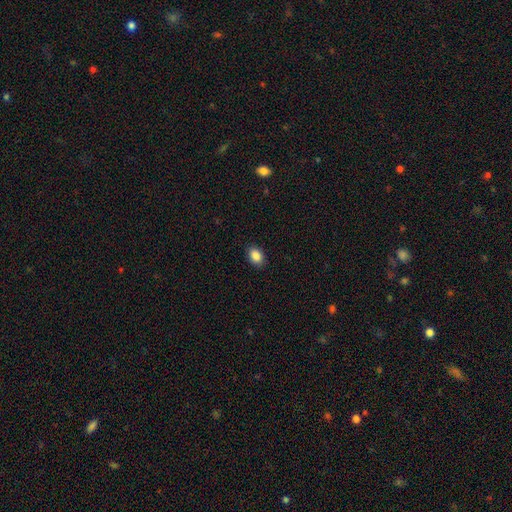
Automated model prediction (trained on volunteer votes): Smooth or featured? Predicted: smooth (p=0.87). How rounded? Predicted: in between (p=0.79). Merging? Predicted: none (p=0.89).